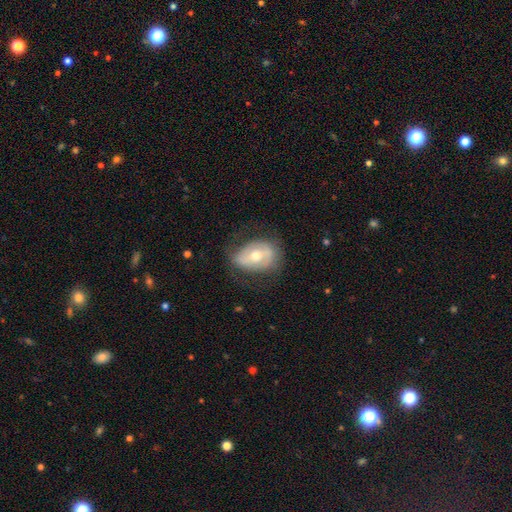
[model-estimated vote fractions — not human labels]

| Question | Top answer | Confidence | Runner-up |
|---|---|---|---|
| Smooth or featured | featured or disk | 53% | smooth (40%) |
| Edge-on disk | no | 93% | yes (7%) |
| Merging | none | 66% | minor disturbance (22%) |